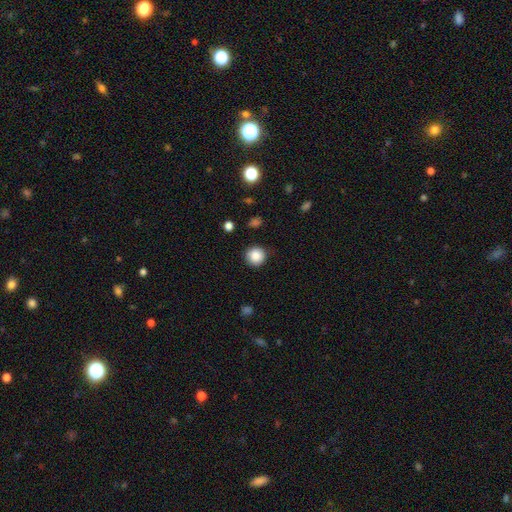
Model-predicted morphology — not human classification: Q: Smooth or featured?
A: smooth (86%); runner-up: star or artifact (9%)
Q: How rounded?
A: round (94%); runner-up: in between (5%)
Q: Merging?
A: none (88%); runner-up: minor disturbance (8%)